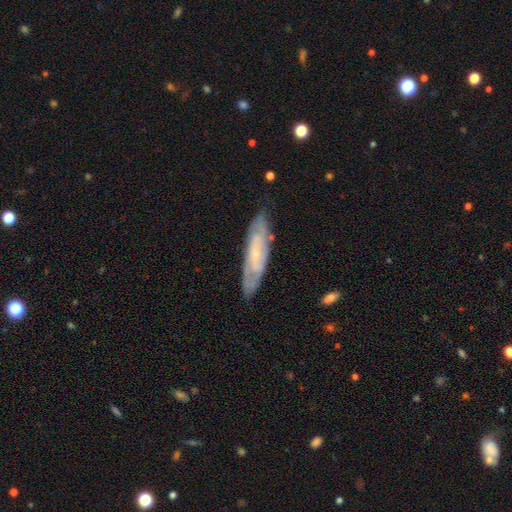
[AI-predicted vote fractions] A featured or disk galaxy (68%). Merging: none (77%).